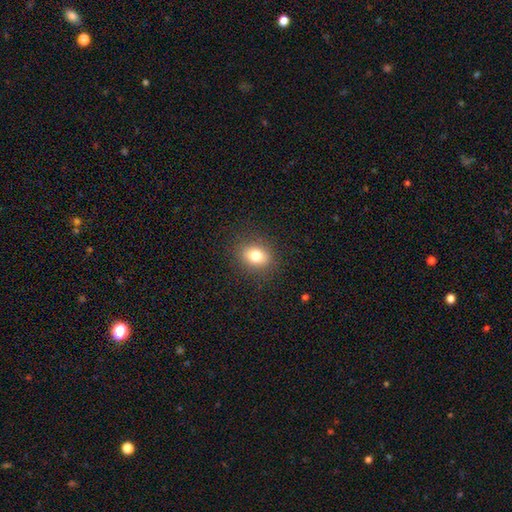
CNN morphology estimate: type=smooth (80%); roundness=in between (56%); merging=none (87%).